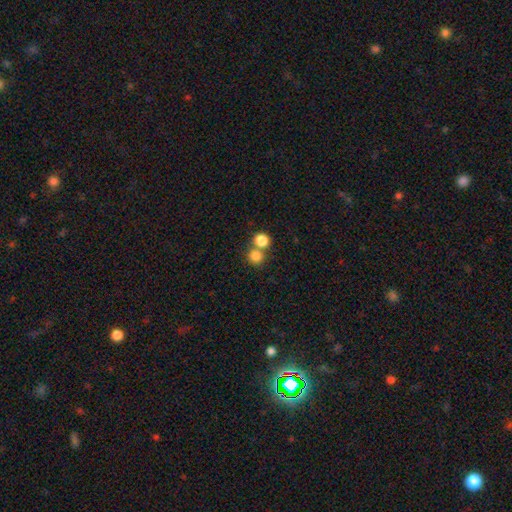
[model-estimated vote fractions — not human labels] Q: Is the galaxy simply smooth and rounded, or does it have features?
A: smooth — 81%.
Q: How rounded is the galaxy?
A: round — 89%.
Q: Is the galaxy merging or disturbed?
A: none — 54%.